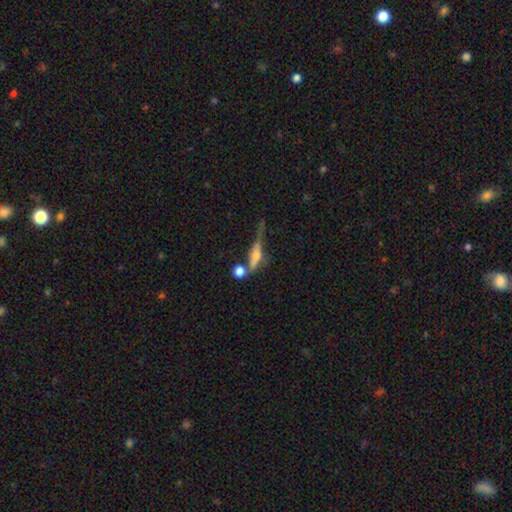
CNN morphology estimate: featured or disk 53%, smooth 36%, star or artifact 11%. Down the decision tree: edge-on disk — yes (83%); merging — none (41%).